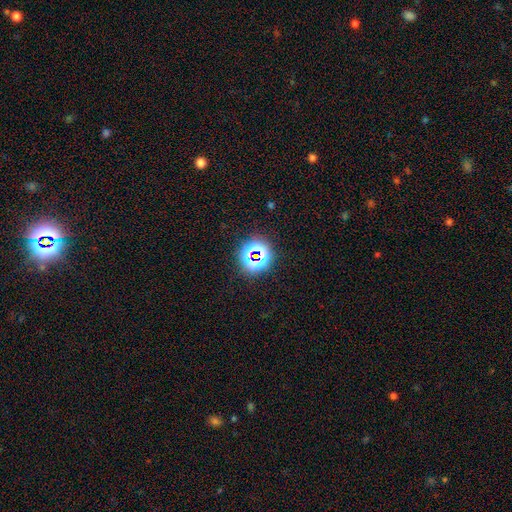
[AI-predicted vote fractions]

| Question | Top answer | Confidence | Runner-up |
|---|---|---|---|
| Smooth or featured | star or artifact | 65% | smooth (25%) |